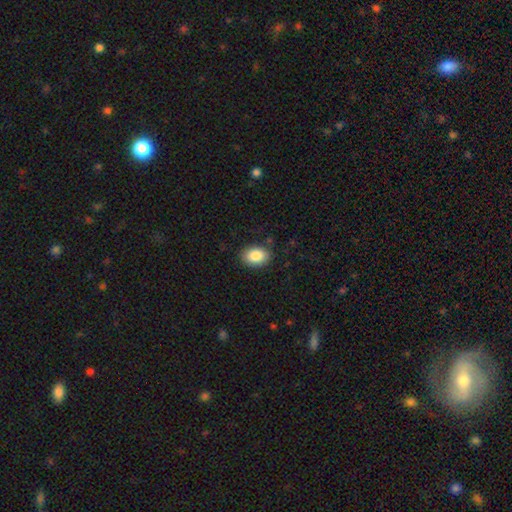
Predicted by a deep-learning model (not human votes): Smooth or featured? smooth (86%)
How rounded? in between (79%)
Merging? none (86%)